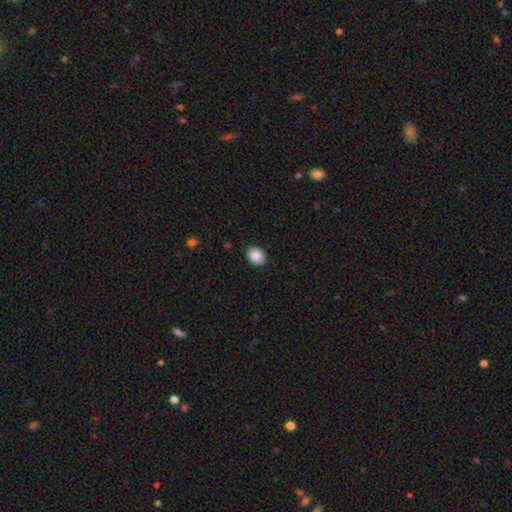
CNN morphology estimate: smooth 89%, star or artifact 8%, featured or disk 3%. Down the decision tree: how rounded — round (61%); merging — none (90%).